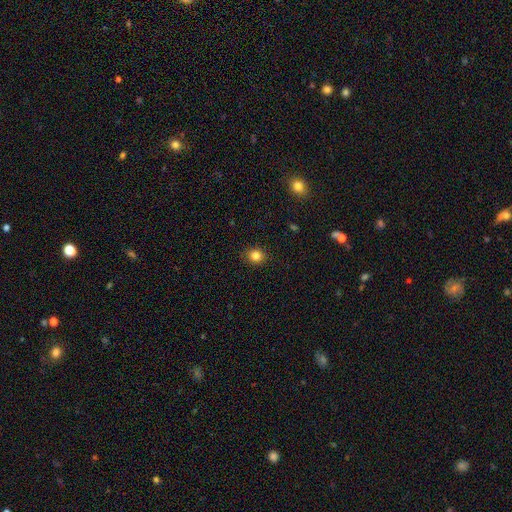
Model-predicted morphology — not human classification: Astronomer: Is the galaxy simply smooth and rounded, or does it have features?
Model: smooth — 83%.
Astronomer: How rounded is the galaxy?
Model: round — 82%.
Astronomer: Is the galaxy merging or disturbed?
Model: none — 90%.